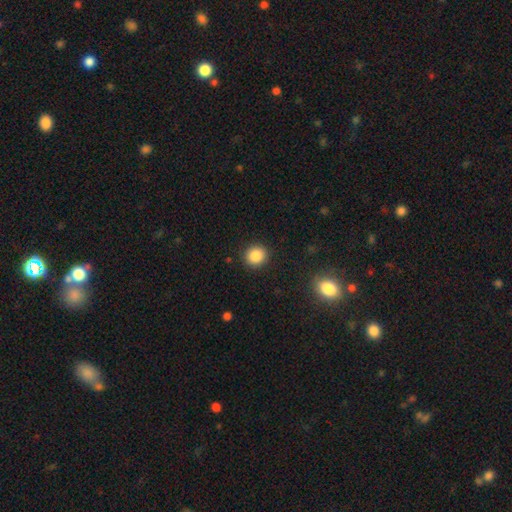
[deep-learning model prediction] Smooth or featured?
  - smooth: 86% *
  - star or artifact: 10%
  - featured or disk: 5%
How rounded?
  - round: 88% *
  - in between: 11%
  - cigar-shaped: 1%
Merging?
  - none: 91% *
  - minor disturbance: 6%
  - major disturbance: 2%
  - merger: 1%